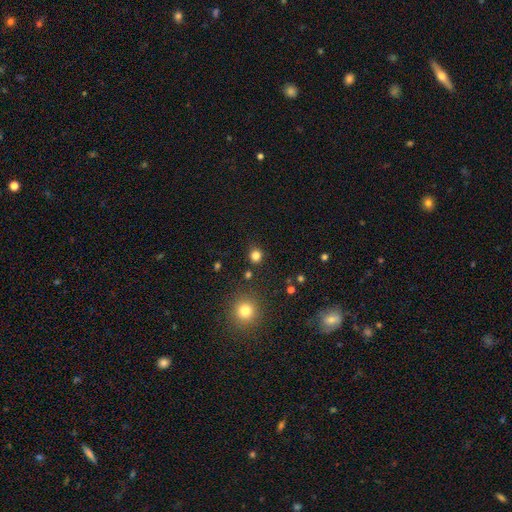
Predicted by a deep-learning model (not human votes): smooth 80%, star or artifact 16%, featured or disk 4%. Down the decision tree: how rounded — round (90%); merging — none (87%).